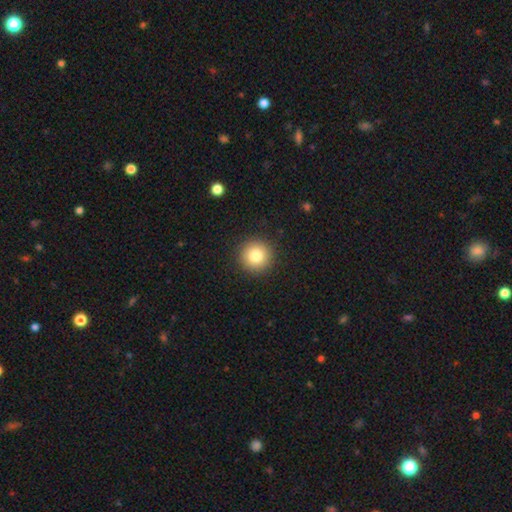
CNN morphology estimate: A smooth galaxy with no disk features (82%) that is round (95%). Merging: none (92%).